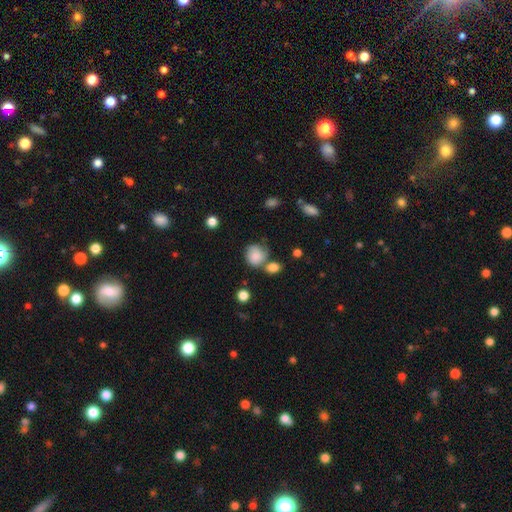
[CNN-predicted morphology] This appears to be a smooth galaxy with no disk features (78%) that is round (74%). Merging: none (47%).